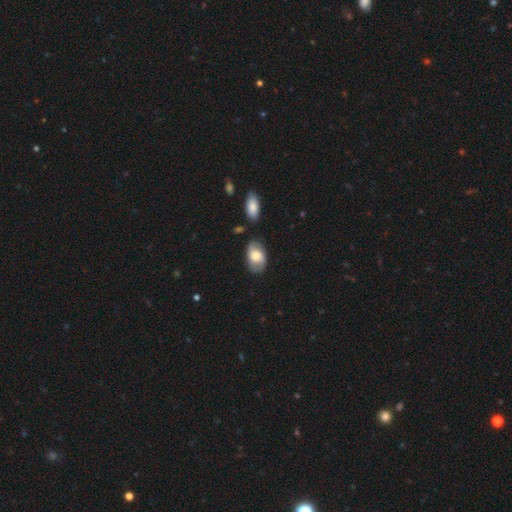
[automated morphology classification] smooth_or_featured: smooth (p=0.56) [alt: featured or disk p=0.38]
how_rounded: in between (p=0.90) [alt: round p=0.08]
merging: none (p=0.73) [alt: minor disturbance p=0.18]